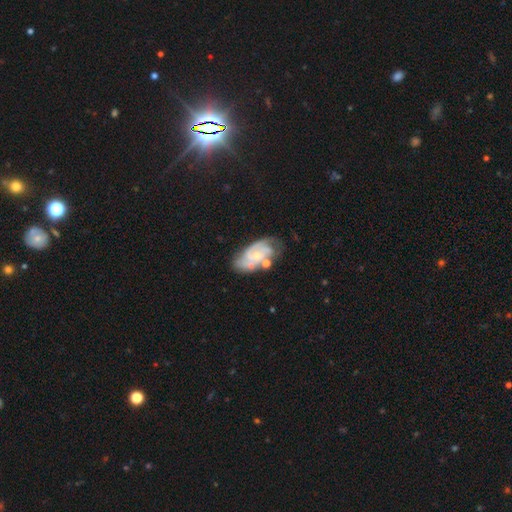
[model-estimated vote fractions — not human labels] A featured or disk galaxy (79%) with no bar (67%), 2 (42%) tight (52%) spiral arms (92%) and a small central bulge (64%).

Vote fractions:
- Smooth or featured? featured or disk: 79% / smooth: 15% / star or artifact: 6%
- Edge-on disk? no: 96% / yes: 4%
- Bar? no: 67% / weak: 28% / strong: 5%
- Spiral arms? yes: 92% / no: 8%
- Spiral winding? tight: 52% / medium: 38% / loose: 11%
- Spiral arm count? 2: 42% / can't tell: 26% / 3: 20% / 4: 5% / 1: 4% / more than 4: 3%
- Bulge size? small: 64% / moderate: 30% / none: 3% / large: 1% / dominant: 1%
- Merging? none: 56% / minor disturbance: 24% / merger: 11% / major disturbance: 9%